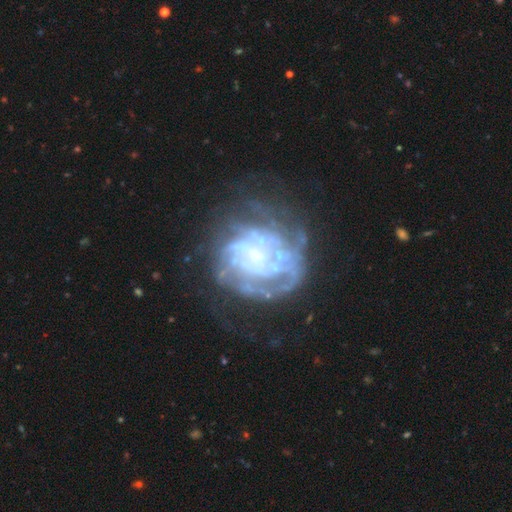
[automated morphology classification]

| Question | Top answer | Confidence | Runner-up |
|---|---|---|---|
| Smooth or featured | featured or disk | 81% | smooth (10%) |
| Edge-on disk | no | 98% | yes (2%) |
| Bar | no | 69% | weak (25%) |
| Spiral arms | yes | 74% | no (26%) |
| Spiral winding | tight | 57% | medium (30%) |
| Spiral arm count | can't tell | 50% | 2 (13%) |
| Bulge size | small | 48% | none (27%) |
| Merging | none | 54% | major disturbance (23%) |